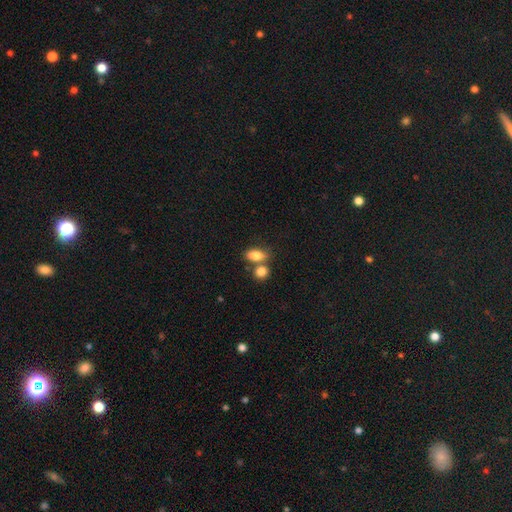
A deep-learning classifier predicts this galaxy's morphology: smooth-or-featured: smooth: 84% | featured or disk: 8% | star or artifact: 8%
  how-rounded: in between: 84% | round: 12% | cigar-shaped: 5%
  merging: none: 50% | merger: 34% | minor disturbance: 12% | major disturbance: 4%